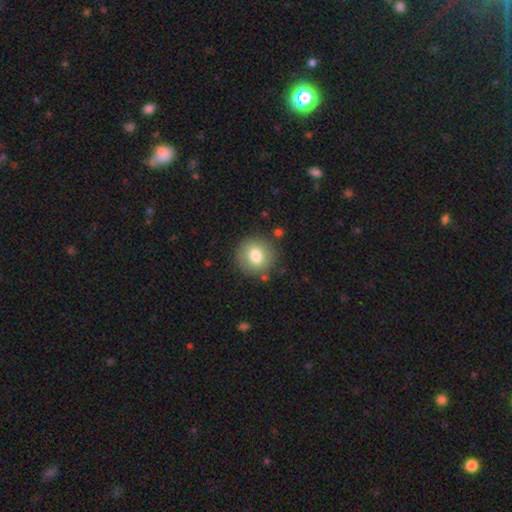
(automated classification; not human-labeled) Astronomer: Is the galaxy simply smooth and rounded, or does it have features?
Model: smooth — 75%.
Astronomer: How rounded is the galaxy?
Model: round — 91%.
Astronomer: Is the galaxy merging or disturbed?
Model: none — 85%.